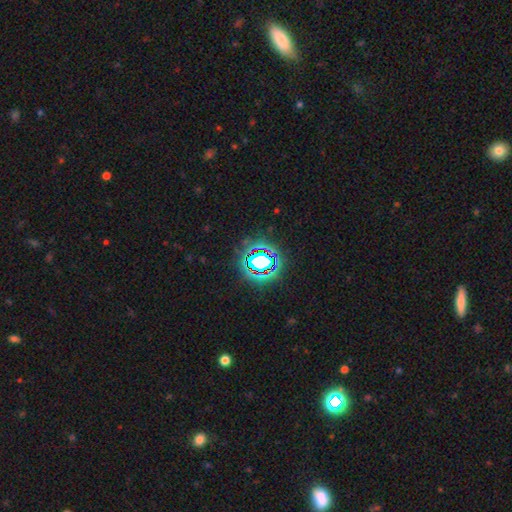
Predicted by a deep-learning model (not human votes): A star or artifact, not a galaxy (79%).